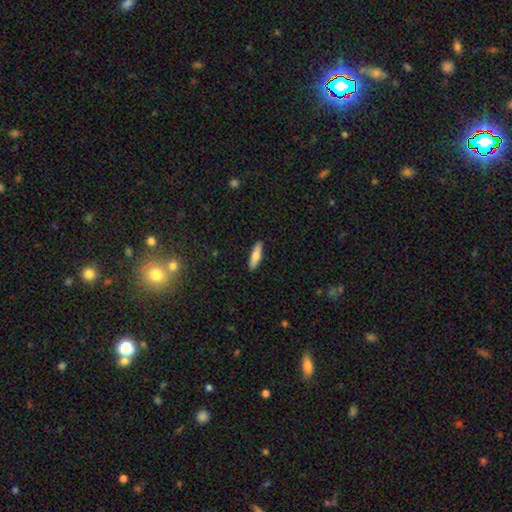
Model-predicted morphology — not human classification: smooth_or_featured: smooth (p=0.75) [alt: featured or disk p=0.19]
how_rounded: cigar-shaped (p=0.59) [alt: in between p=0.39]
merging: none (p=0.90) [alt: minor disturbance p=0.07]